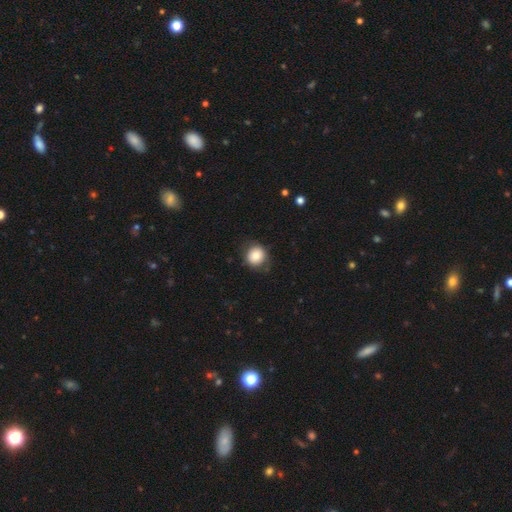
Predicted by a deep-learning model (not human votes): Smooth or featured? Predicted: smooth (p=0.78). How rounded? Predicted: round (p=0.88). Merging? Predicted: none (p=0.76).